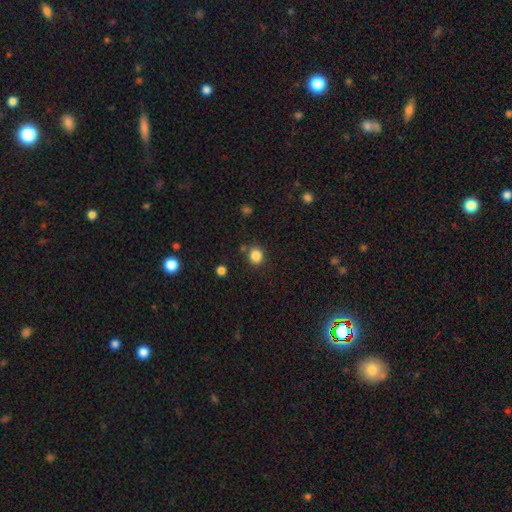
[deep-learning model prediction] A smooth galaxy with no disk features (85%) that is round (79%).

Vote fractions:
- Smooth or featured? smooth: 85% / star or artifact: 11% / featured or disk: 4%
- How rounded? round: 79% / in between: 20% / cigar-shaped: 1%
- Merging? none: 81% / minor disturbance: 10% / merger: 6% / major disturbance: 3%